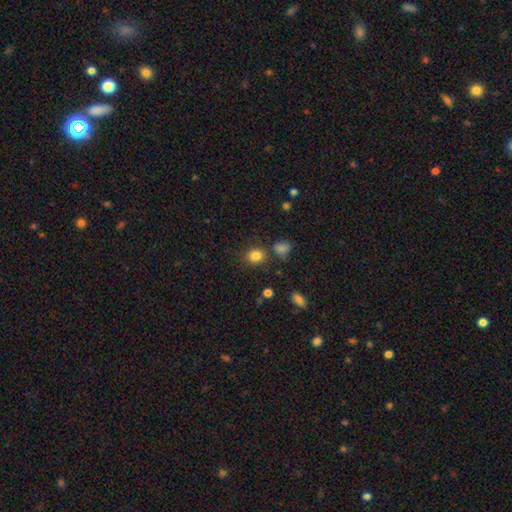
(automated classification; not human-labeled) Smooth or featured: smooth — 83% (star or artifact — 12%)
How rounded: round — 62% (in between — 37%)
Merging: none — 77% (minor disturbance — 12%)